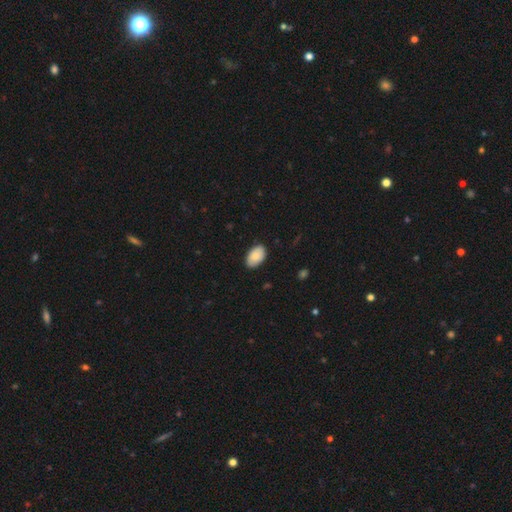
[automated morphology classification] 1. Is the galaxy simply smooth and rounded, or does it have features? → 85% smooth, 9% featured or disk, 6% star or artifact.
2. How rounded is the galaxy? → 93% in between, 6% round, 1% cigar-shaped.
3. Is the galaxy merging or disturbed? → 83% none, 14% minor disturbance, 2% major disturbance, 1% merger.